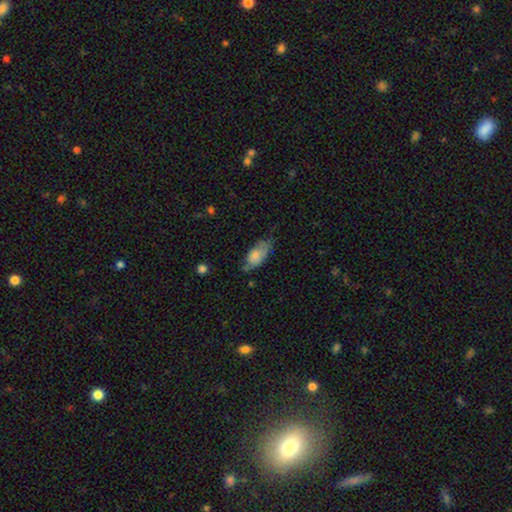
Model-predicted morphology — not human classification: A smooth galaxy with no disk features (72%) that is in between round and cigar-shaped (89%). Merging: none (45%).